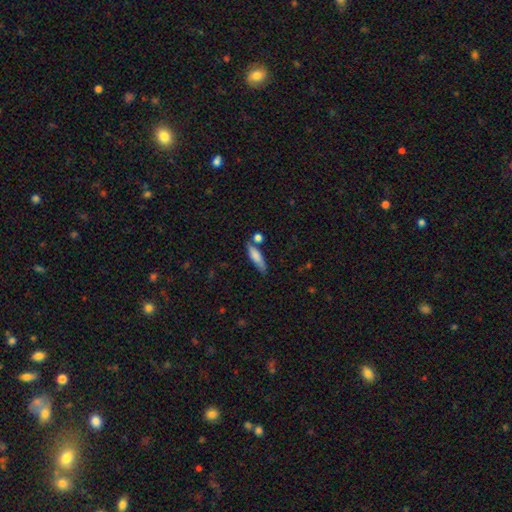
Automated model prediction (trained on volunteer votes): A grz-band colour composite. It shows a smooth galaxy with no disk features (76%) that is cigar-shaped (65%). Merging: none (61%).